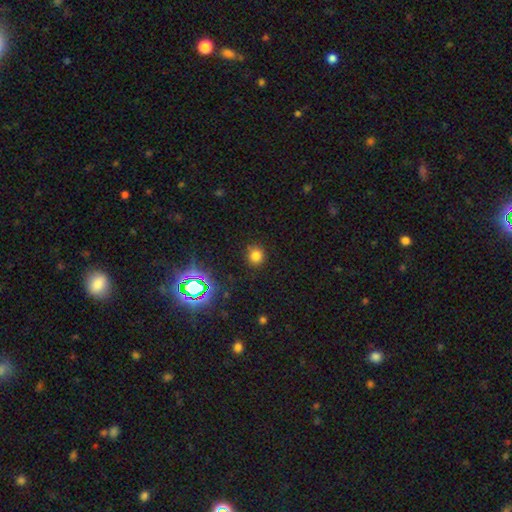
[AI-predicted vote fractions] The model was most divided on "smooth or featured": smooth: 75%, star or artifact: 19%, featured or disk: 6%. More confident: merging — none (87%); how rounded — round (87%).